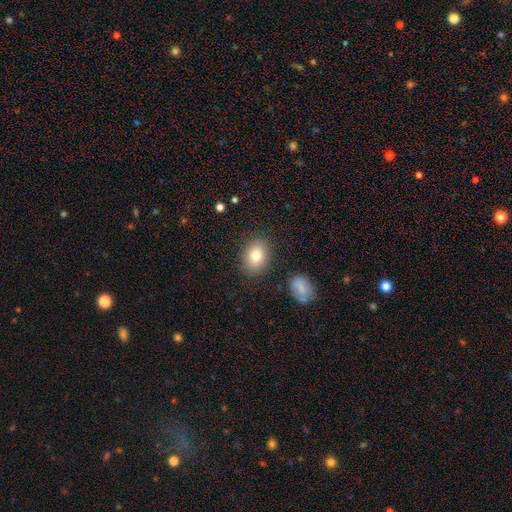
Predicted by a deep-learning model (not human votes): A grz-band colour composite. It shows a smooth galaxy with no disk features (79%) that is in between round and cigar-shaped (62%). Merging: none (85%).